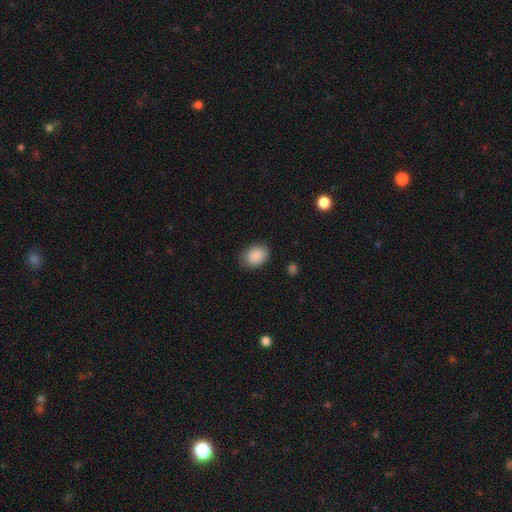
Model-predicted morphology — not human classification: A smooth galaxy with no disk features (89%) that is in between round and cigar-shaped (71%). Merging: none (84%).